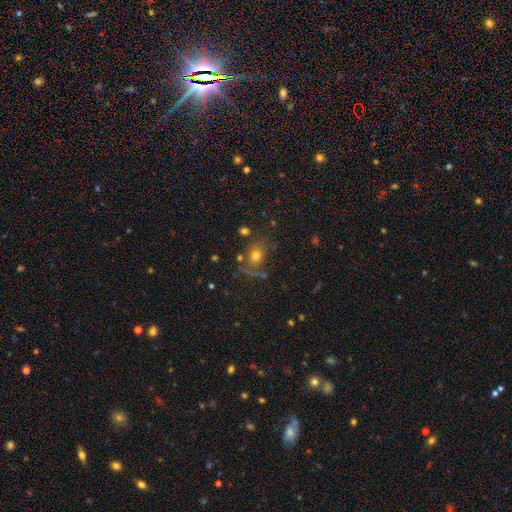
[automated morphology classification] smooth_or_featured: smooth (p=0.64) [alt: star or artifact p=0.20]
how_rounded: round (p=0.61) [alt: in between p=0.37]
merging: none (p=0.62) [alt: minor disturbance p=0.16]